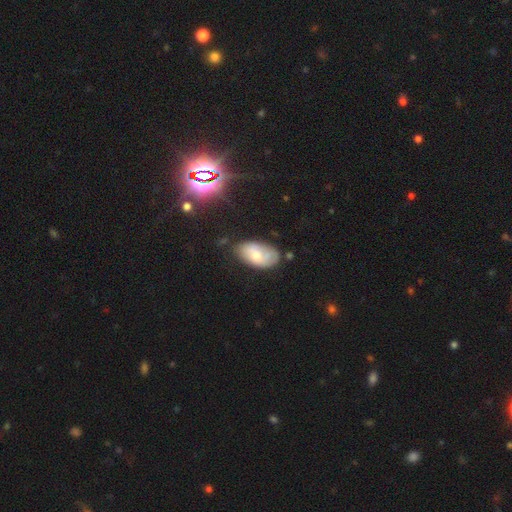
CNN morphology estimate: The model was most divided on "smooth or featured": smooth: 59%, featured or disk: 33%, star or artifact: 8%. More confident: how rounded — in between (94%); merging — none (64%).